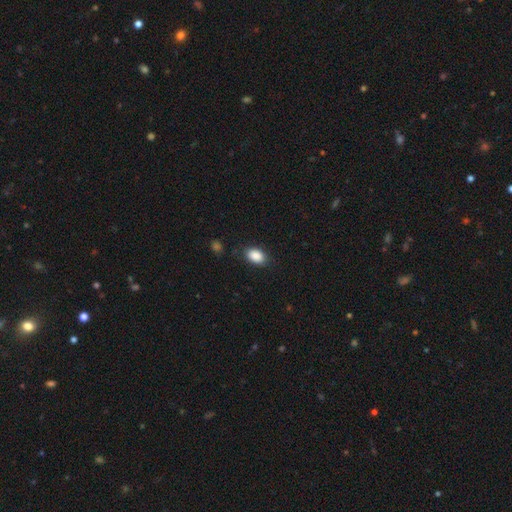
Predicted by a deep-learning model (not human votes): smooth 88%, star or artifact 8%, featured or disk 4%. Down the decision tree: how rounded — in between (88%); merging — none (81%).